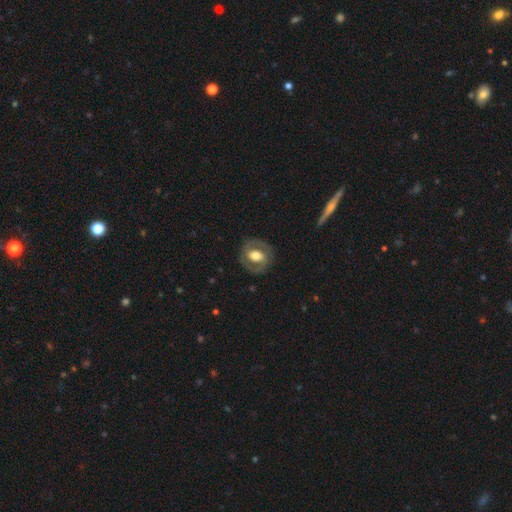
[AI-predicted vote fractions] Q: Smooth or featured?
A: featured or disk (61%); runner-up: smooth (33%)
Q: Edge-on disk?
A: no (95%); runner-up: yes (5%)
Q: Bar?
A: no (42%); runner-up: weak (35%)
Q: Spiral arms?
A: no (55%); runner-up: yes (45%)
Q: Bulge size?
A: moderate (60%); runner-up: large (29%)
Q: Merging?
A: none (81%); runner-up: minor disturbance (12%)